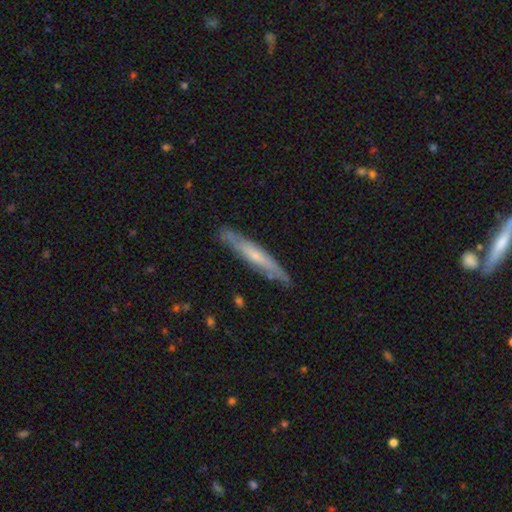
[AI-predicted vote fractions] Smooth or featured: featured or disk — 54% (smooth — 41%)
Edge-on disk: yes — 78% (no — 22%)
Merging: none — 82% (minor disturbance — 14%)